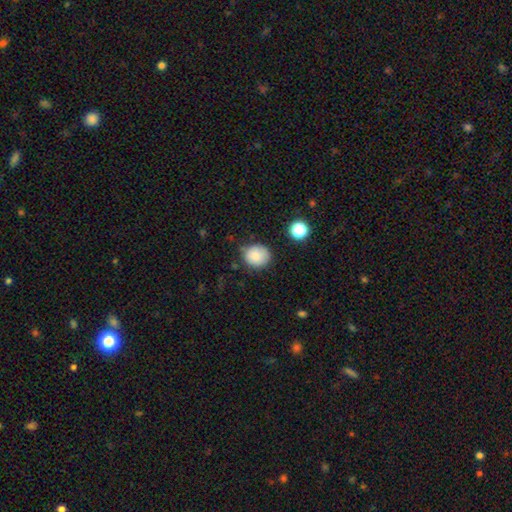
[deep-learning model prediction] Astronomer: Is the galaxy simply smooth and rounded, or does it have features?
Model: smooth — 83%.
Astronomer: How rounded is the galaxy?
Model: round — 79%.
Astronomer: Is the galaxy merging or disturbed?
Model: none — 74%.